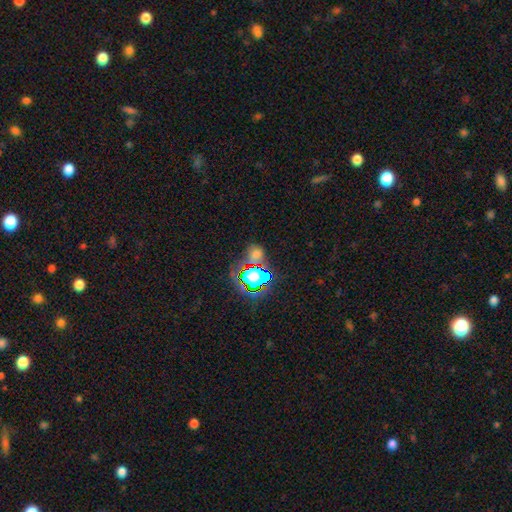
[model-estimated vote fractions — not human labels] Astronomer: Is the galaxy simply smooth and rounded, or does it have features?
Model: star or artifact — 63%.